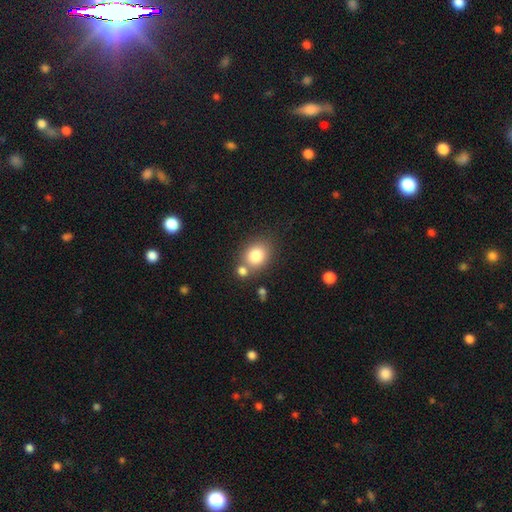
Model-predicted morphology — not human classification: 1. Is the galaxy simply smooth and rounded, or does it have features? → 81% smooth, 10% star or artifact, 9% featured or disk.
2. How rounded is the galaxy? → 61% round, 38% in between, 1% cigar-shaped.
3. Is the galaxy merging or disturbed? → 63% none, 21% merger, 11% minor disturbance, 4% major disturbance.